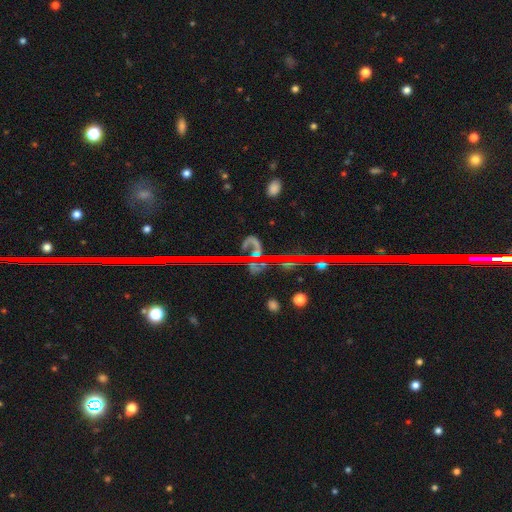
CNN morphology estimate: type=star or artifact (57%).